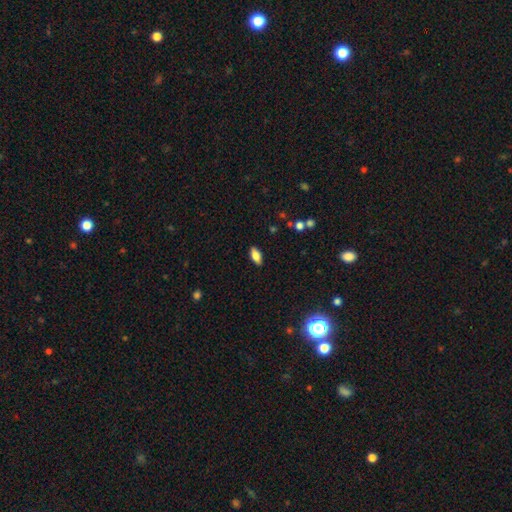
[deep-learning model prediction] smooth_or_featured: smooth (p=0.78) [alt: featured or disk p=0.14]
how_rounded: in between (p=0.86) [alt: cigar-shaped p=0.11]
merging: none (p=0.88) [alt: minor disturbance p=0.08]